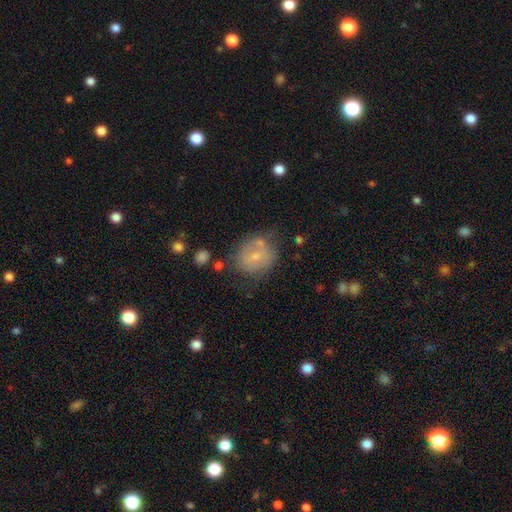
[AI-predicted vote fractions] smooth_or_featured: smooth (p=0.56) [alt: featured or disk p=0.33]
how_rounded: round (p=0.64) [alt: in between p=0.35]
merging: none (p=0.57) [alt: minor disturbance p=0.21]